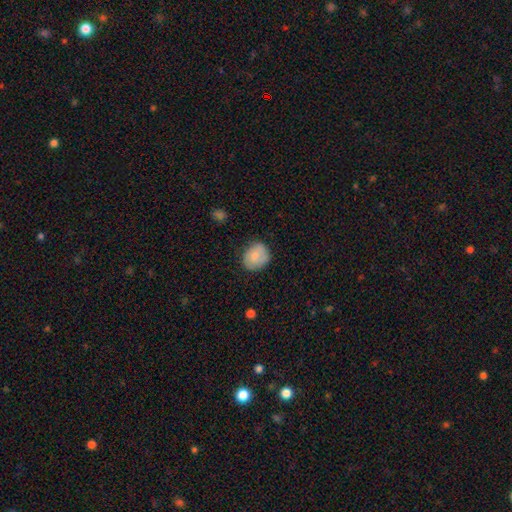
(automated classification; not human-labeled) Smooth or featured? Predicted: smooth (p=0.76). How rounded? Predicted: round (p=0.64). Merging? Predicted: none (p=0.73).